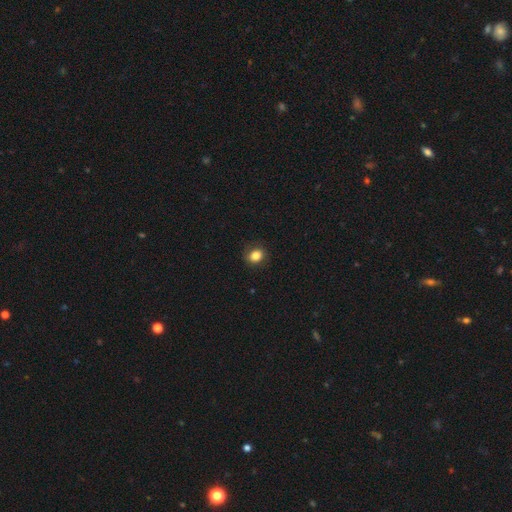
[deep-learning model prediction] This appears to be a smooth galaxy with no disk features (84%) that is round (57%). Merging: none (85%).